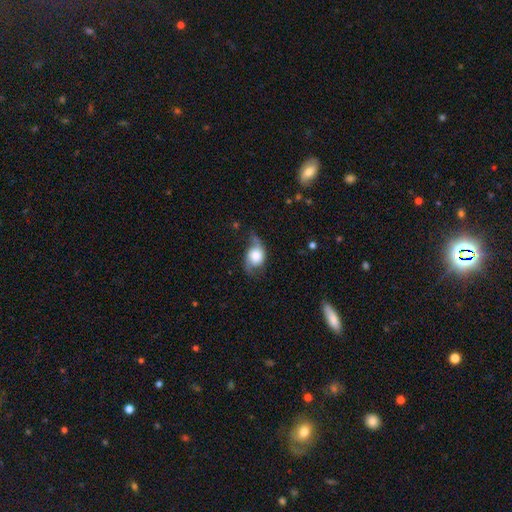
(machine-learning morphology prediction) Smooth or featured: featured or disk — 52% (smooth — 40%)
Edge-on disk: no — 92% (yes — 8%)
Merging: none — 45% (minor disturbance — 32%)